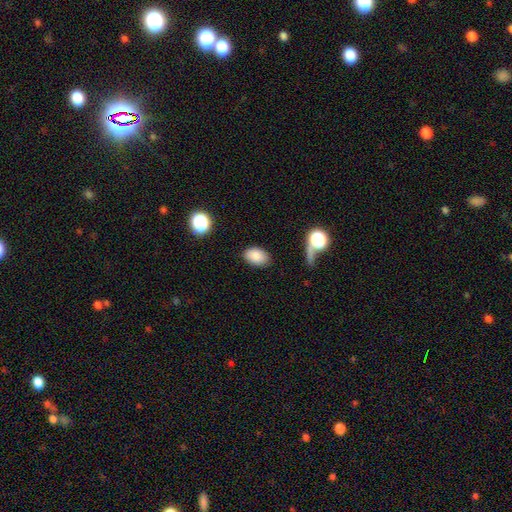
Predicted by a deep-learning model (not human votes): Smooth or featured? Predicted: smooth (p=0.85). How rounded? Predicted: in between (p=0.87). Merging? Predicted: none (p=0.83).